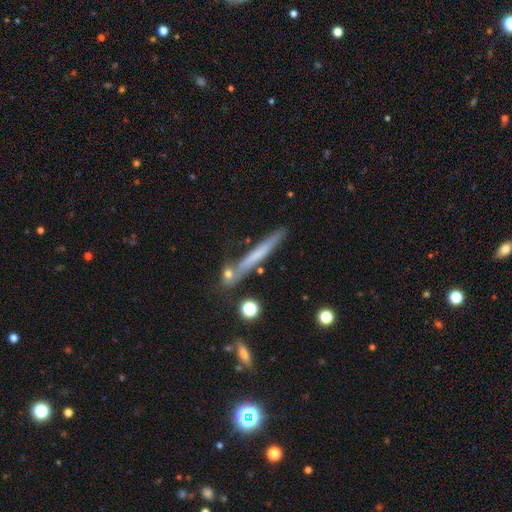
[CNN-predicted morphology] Overall: smooth (50%; featured or disk 42%). Merging: none (78%).